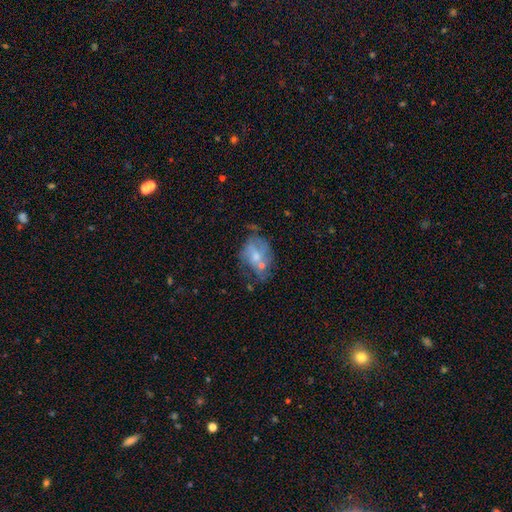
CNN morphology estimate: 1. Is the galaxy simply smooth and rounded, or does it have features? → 49% featured or disk, 42% smooth, 9% star or artifact.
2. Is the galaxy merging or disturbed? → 32% none, 23% minor disturbance, 23% merger, 22% major disturbance.